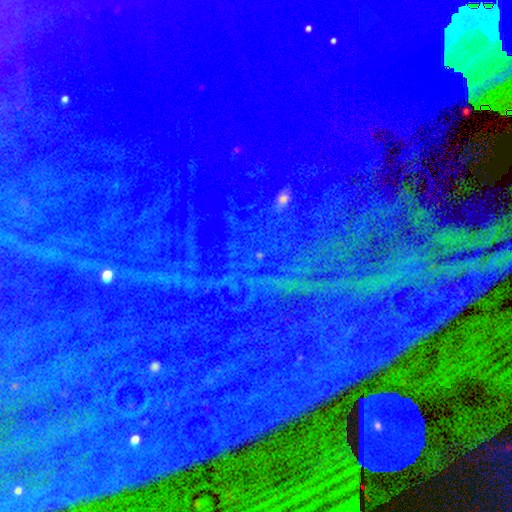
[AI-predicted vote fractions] Morphology: type=star or artifact (85%).